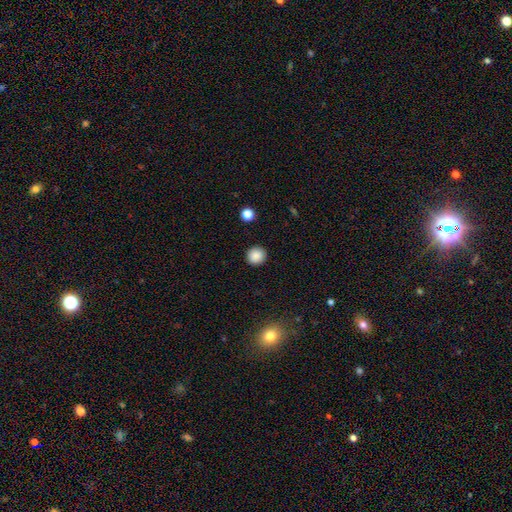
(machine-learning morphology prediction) This is clearly a smooth galaxy (88%). How rounded: clearly round (93%). Merging: clearly none (92%).